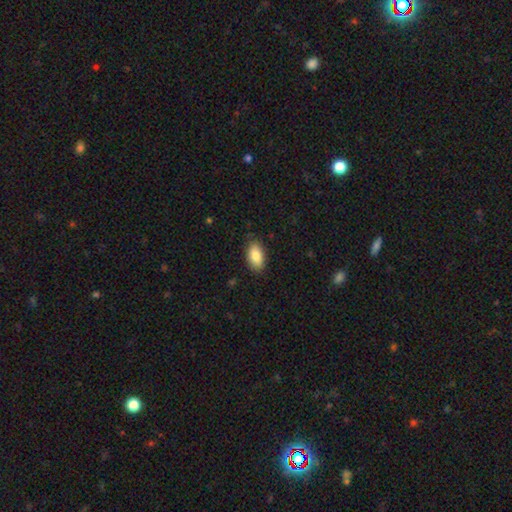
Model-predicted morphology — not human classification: This is clearly a smooth galaxy (84%). How rounded: clearly in between (93%). Merging: clearly none (85%).